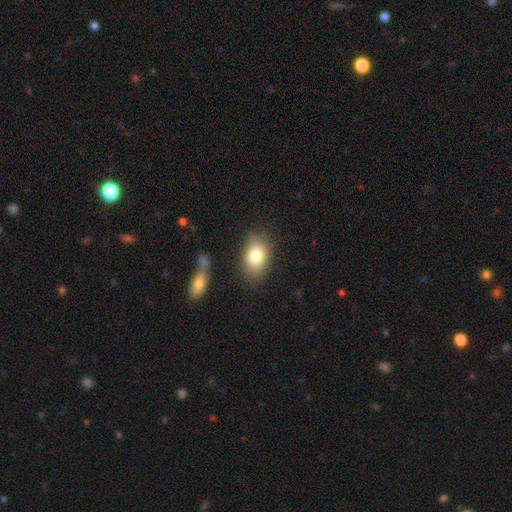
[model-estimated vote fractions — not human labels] Smooth or featured?
  - smooth: 79% *
  - featured or disk: 13%
  - star or artifact: 8%
How rounded?
  - in between: 85% *
  - round: 13%
  - cigar-shaped: 2%
Merging?
  - none: 75% *
  - minor disturbance: 15%
  - merger: 5%
  - major disturbance: 5%